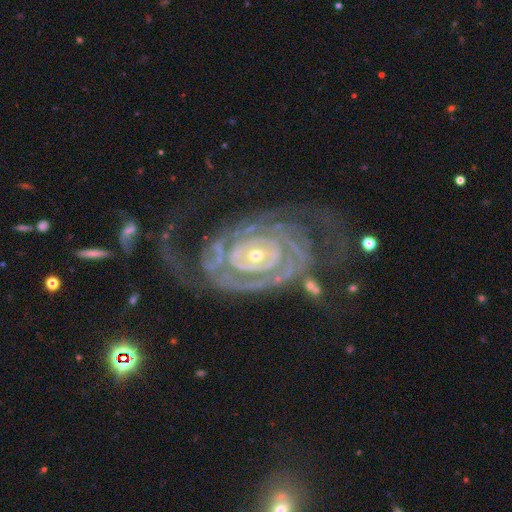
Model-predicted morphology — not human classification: Smooth or featured: featured or disk — 92% (star or artifact — 5%)
Edge-on disk: no — 97% (yes — 3%)
Bar: no — 67% (weak — 19%)
Spiral arms: yes — 98% (no — 2%)
Spiral winding: tight — 82% (medium — 14%)
Spiral arm count: 2 — 49% (can't tell — 16%)
Bulge size: small — 69% (moderate — 27%)
Merging: none — 56% (major disturbance — 22%)